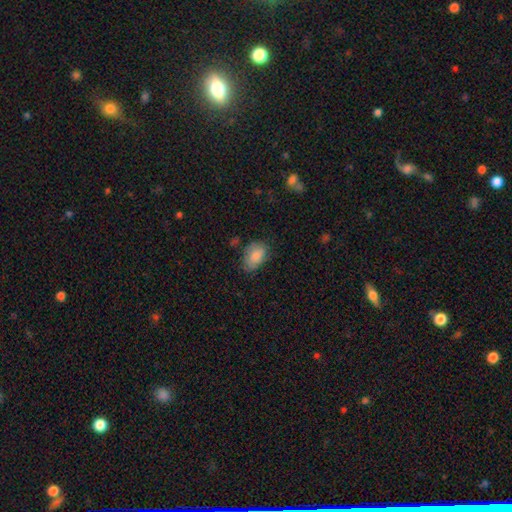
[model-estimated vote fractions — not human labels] Overall: smooth (83%). How rounded: in between (88%). Merging: none (68%).